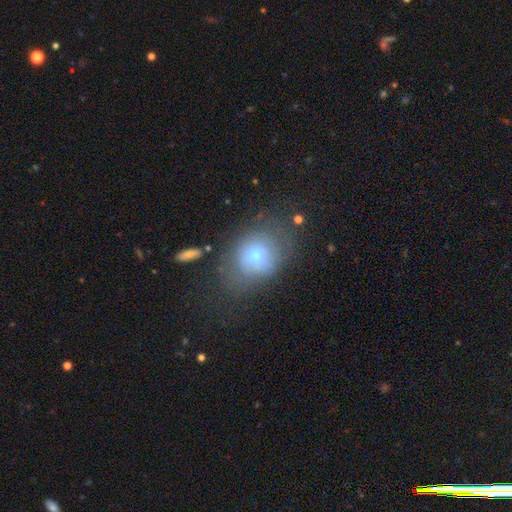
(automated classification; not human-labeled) smooth-or-featured: smooth: 60% | featured or disk: 29% | star or artifact: 12%
  how-rounded: in between: 55% | round: 43% | cigar-shaped: 1%
  merging: none: 52% | minor disturbance: 24% | major disturbance: 19% | merger: 4%